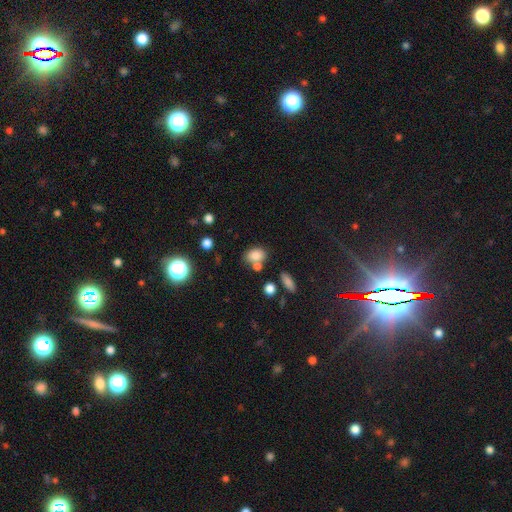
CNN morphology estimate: smooth 80%, star or artifact 12%, featured or disk 8%. Down the decision tree: how rounded — in between (76%); merging — none (58%).